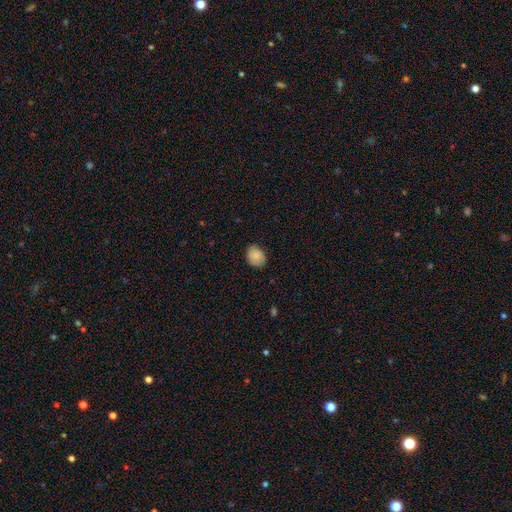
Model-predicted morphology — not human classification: A smooth galaxy with no disk features (84%) that is round (50%). Merging: none (77%).